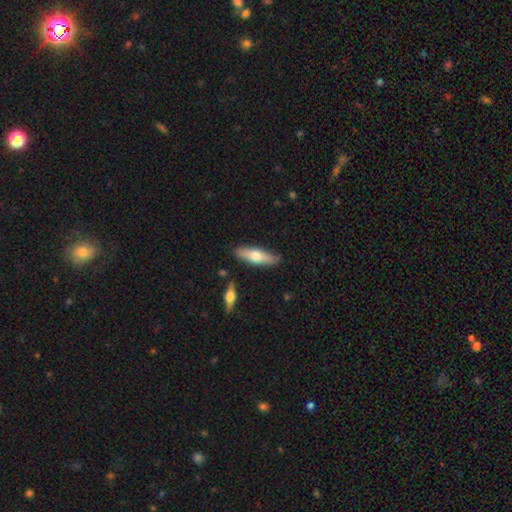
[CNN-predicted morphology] Smooth or featured? Predicted: smooth (p=0.62). How rounded? Predicted: cigar-shaped (p=0.57). Merging? Predicted: none (p=0.83).